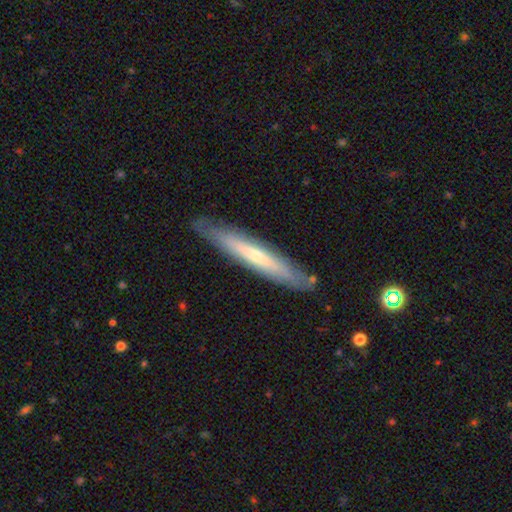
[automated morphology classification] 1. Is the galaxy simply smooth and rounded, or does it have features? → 53% featured or disk, 42% smooth, 6% star or artifact.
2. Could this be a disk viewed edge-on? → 82% yes, 18% no.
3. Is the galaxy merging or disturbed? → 84% none, 12% minor disturbance, 2% major disturbance, 2% merger.